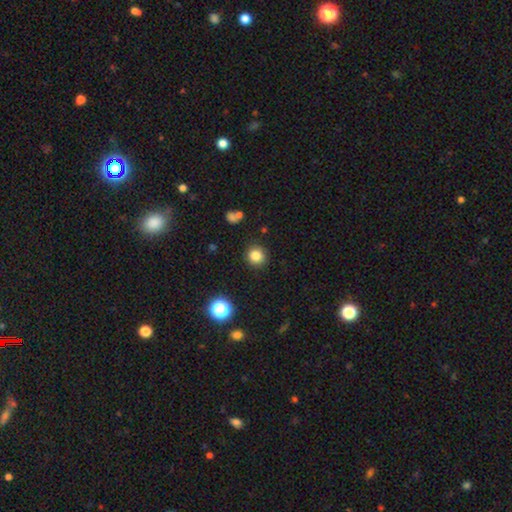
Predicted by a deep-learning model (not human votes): Overall: smooth (82%). How rounded: round (91%). Merging: none (89%).